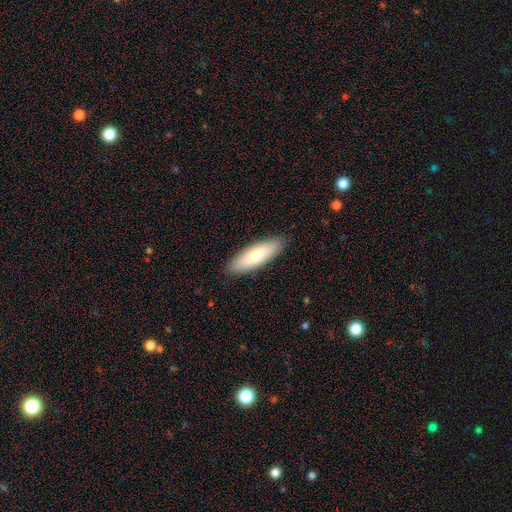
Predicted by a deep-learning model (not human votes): This is likely a smooth galaxy (75%). How rounded: possibly cigar-shaped (51%). Merging: clearly none (89%).